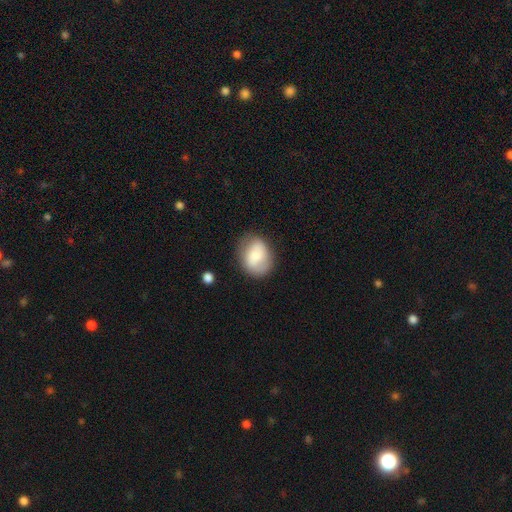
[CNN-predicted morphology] smooth-or-featured: smooth: 67% | featured or disk: 25% | star or artifact: 7%
  how-rounded: in between: 57% | round: 42% | cigar-shaped: 1%
  merging: none: 69% | minor disturbance: 21% | major disturbance: 7% | merger: 2%